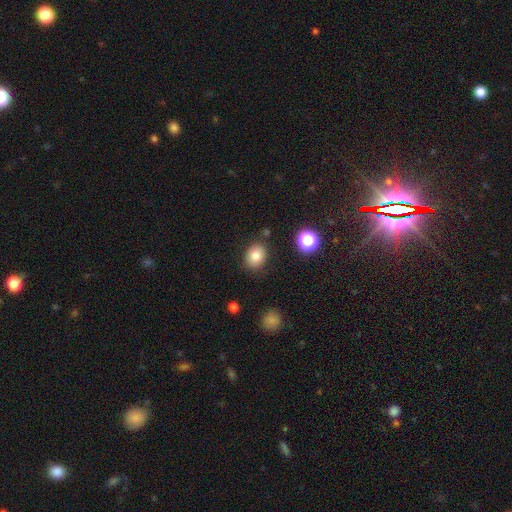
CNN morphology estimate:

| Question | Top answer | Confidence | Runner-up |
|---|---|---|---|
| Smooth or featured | smooth | 81% | star or artifact (11%) |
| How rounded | in between | 52% | round (47%) |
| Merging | none | 84% | minor disturbance (11%) |